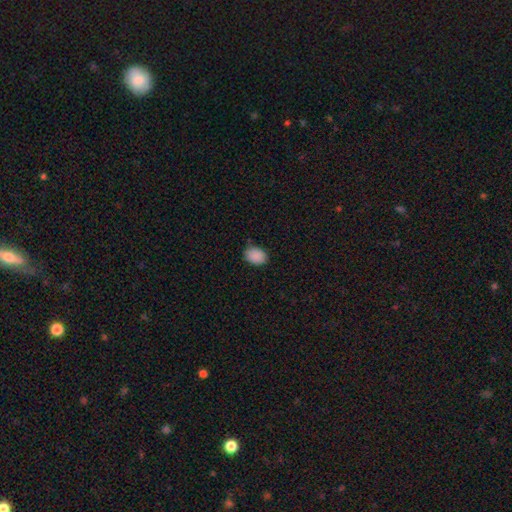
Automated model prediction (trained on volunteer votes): smooth_or_featured: smooth (p=0.89) [alt: star or artifact p=0.08]
how_rounded: in between (p=0.71) [alt: round p=0.28]
merging: none (p=0.81) [alt: minor disturbance p=0.15]